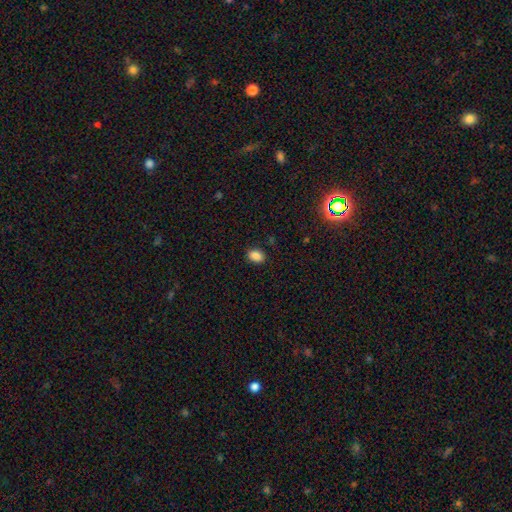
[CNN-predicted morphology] Smooth or featured? smooth (87%)
How rounded? in between (77%)
Merging? none (89%)